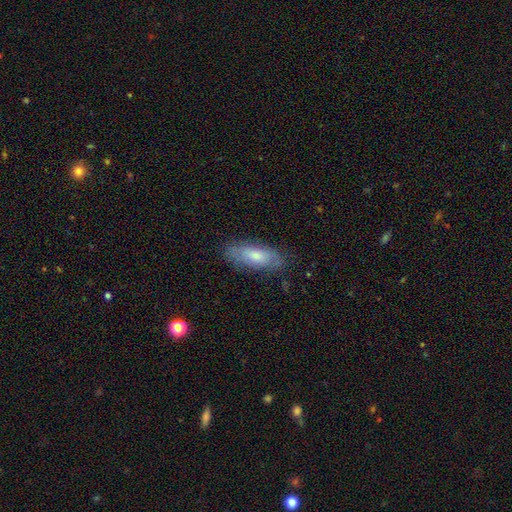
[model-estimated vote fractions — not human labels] This is likely a smooth galaxy (64%). How rounded: likely in between (66%). Merging: likely none (77%).